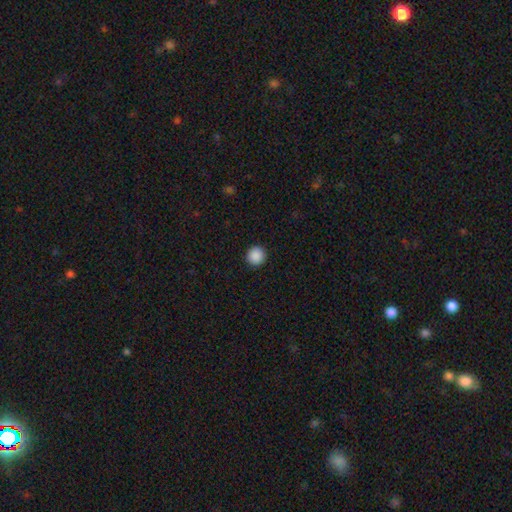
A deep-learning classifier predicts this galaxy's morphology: Smooth or featured? smooth (89%)
How rounded? round (95%)
Merging? none (93%)